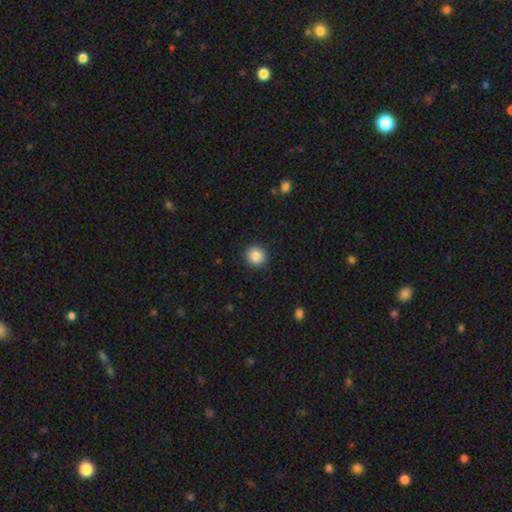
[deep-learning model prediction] Smooth or featured? smooth (86%)
How rounded? round (93%)
Merging? none (92%)